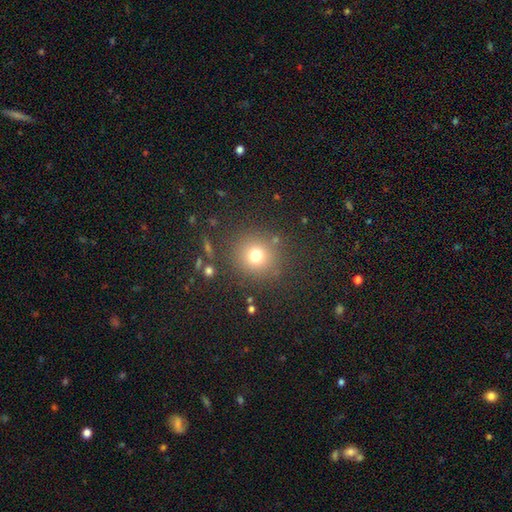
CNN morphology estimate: Q: Smooth or featured?
A: smooth (74%); runner-up: star or artifact (17%)
Q: How rounded?
A: round (92%); runner-up: in between (7%)
Q: Merging?
A: none (85%); runner-up: minor disturbance (8%)